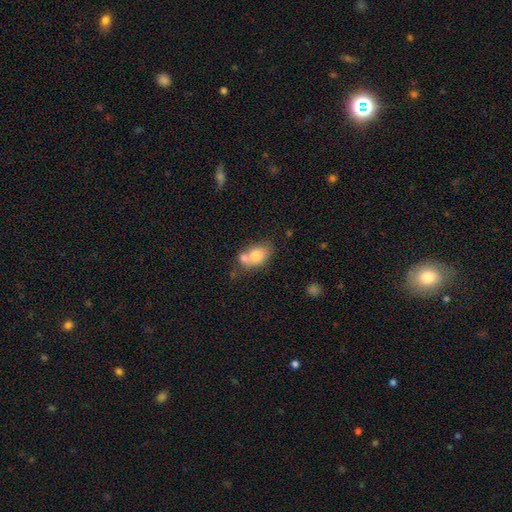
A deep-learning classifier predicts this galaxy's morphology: This is likely a smooth galaxy (76%). How rounded: likely in between (79%). Merging: marginally none (40%, tied with merger).